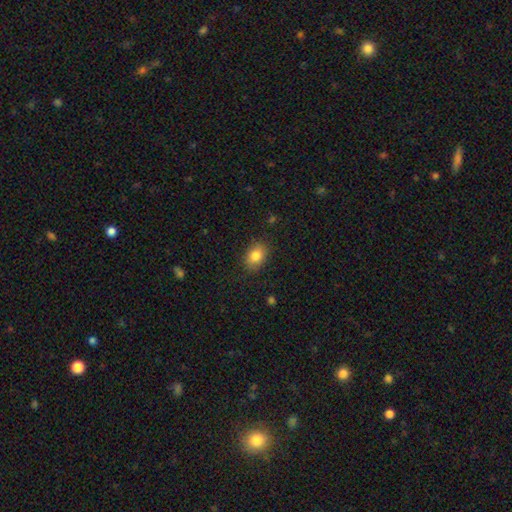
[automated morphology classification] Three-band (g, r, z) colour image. It shows a smooth galaxy with no disk features (83%) that is in between round and cigar-shaped (74%). Merging: none (84%).